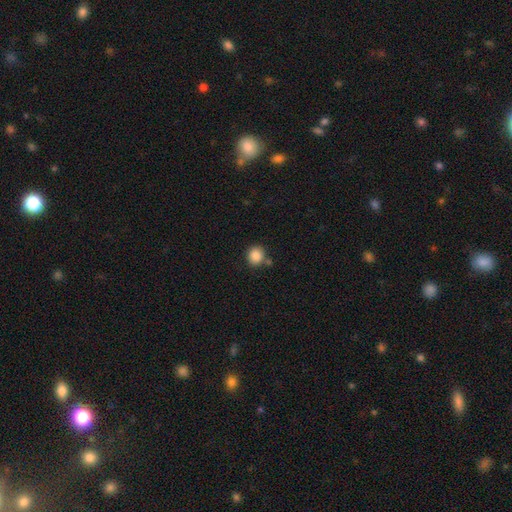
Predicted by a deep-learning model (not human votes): This is clearly a smooth galaxy (87%). How rounded: clearly round (84%). Merging: likely none (75%).